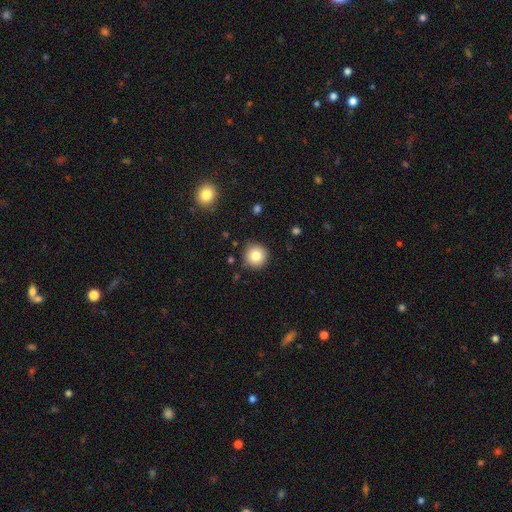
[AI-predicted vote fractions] A smooth galaxy with no disk features (82%) that is round (95%).

Vote fractions:
- Smooth or featured? smooth: 82% / star or artifact: 10% / featured or disk: 8%
- How rounded? round: 95% / in between: 4% / cigar-shaped: 1%
- Merging? none: 88% / minor disturbance: 8% / major disturbance: 2% / merger: 2%